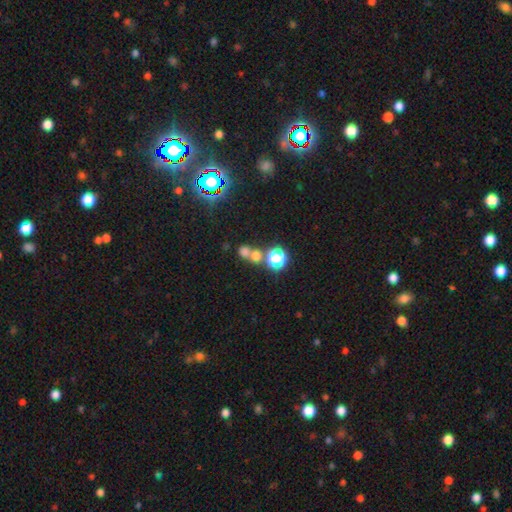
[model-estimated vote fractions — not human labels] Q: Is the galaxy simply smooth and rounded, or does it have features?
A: smooth — 59%.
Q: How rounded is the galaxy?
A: round — 81%.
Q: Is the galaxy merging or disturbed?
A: none — 46%.